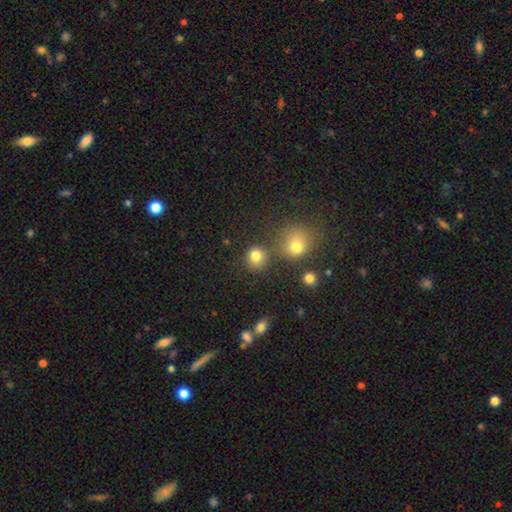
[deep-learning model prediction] This appears to be a smooth galaxy with no disk features (81%) that is round (88%). Merging: none (74%).